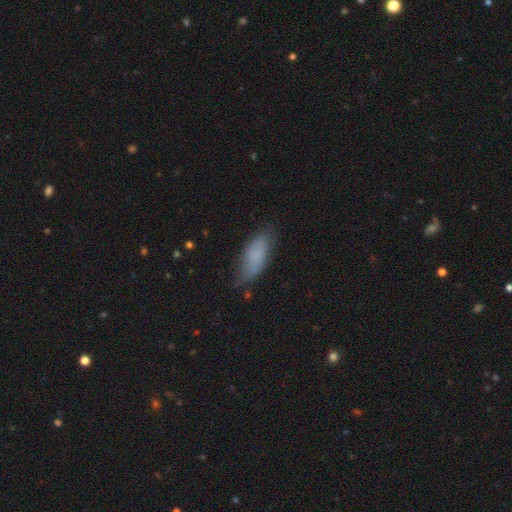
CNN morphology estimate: Smooth or featured?
  - smooth: 76% *
  - featured or disk: 16%
  - star or artifact: 8%
How rounded?
  - in between: 75% *
  - cigar-shaped: 23%
  - round: 2%
Merging?
  - none: 64% *
  - minor disturbance: 27%
  - major disturbance: 7%
  - merger: 2%